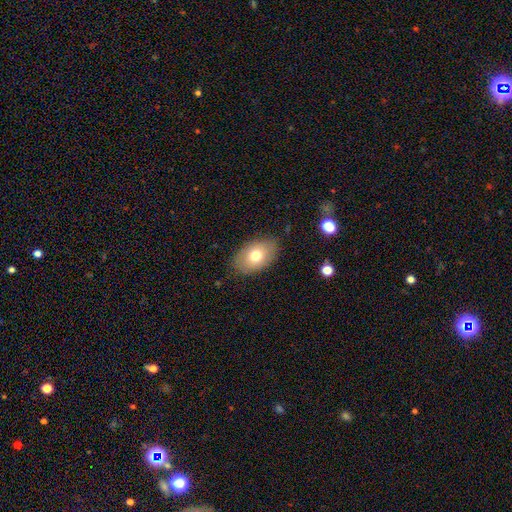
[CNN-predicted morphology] A smooth galaxy with no disk features (72%) that is in between round and cigar-shaped (89%). Merging: none (82%).